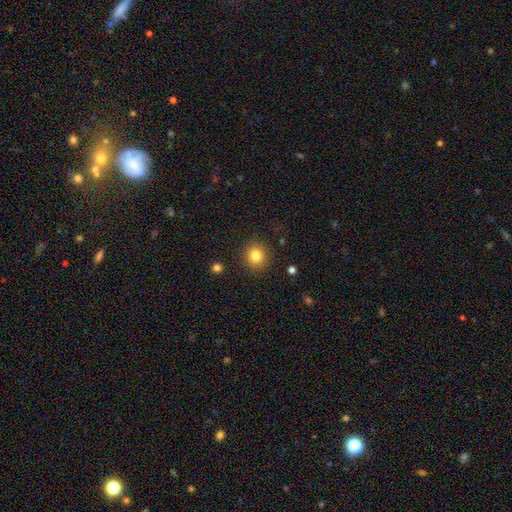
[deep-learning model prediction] A smooth galaxy with no disk features (83%) that is round (86%).

Vote fractions:
- Smooth or featured? smooth: 83% / star or artifact: 11% / featured or disk: 6%
- How rounded? round: 86% / in between: 13% / cigar-shaped: 1%
- Merging? none: 90% / minor disturbance: 7% / major disturbance: 2% / merger: 1%